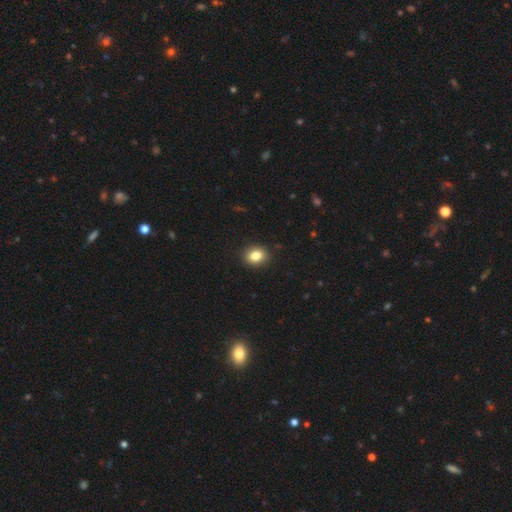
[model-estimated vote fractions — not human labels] A smooth galaxy with no disk features (84%) that is round (51%).

Vote fractions:
- Smooth or featured? smooth: 84% / star or artifact: 10% / featured or disk: 6%
- How rounded? round: 51% / in between: 48% / cigar-shaped: 1%
- Merging? none: 90% / minor disturbance: 7% / major disturbance: 2% / merger: 1%